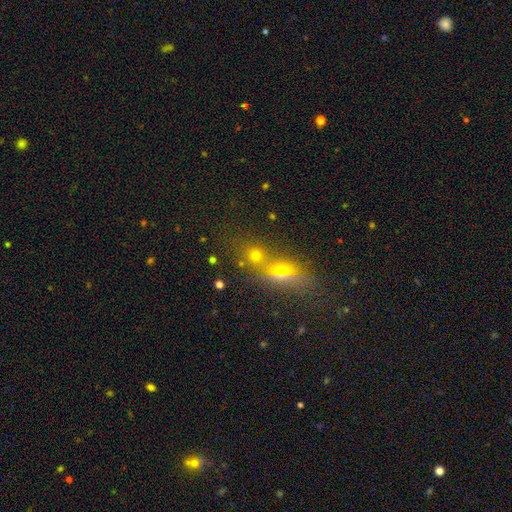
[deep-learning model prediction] This appears to be a smooth galaxy with no disk features (57%) that is round (78%). Merging: none (62%).